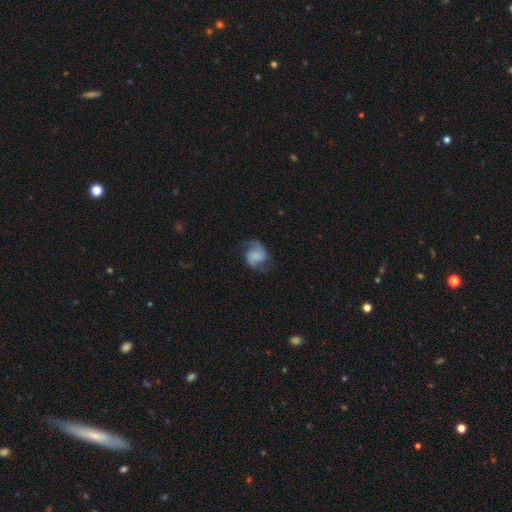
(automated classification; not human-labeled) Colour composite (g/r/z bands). It shows a featured or disk galaxy (68%) with no bar (58%), 2 (90%) loose (44%) spiral arms (94%) and no central bulge (53%). Merging: none (70%).